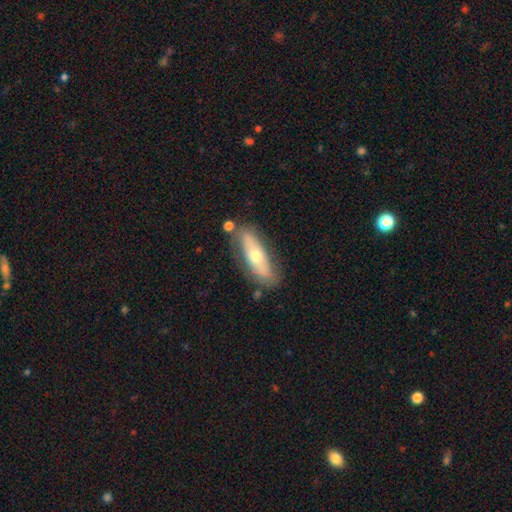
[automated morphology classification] smooth 48%, featured or disk 45%, star or artifact 6%. Down the decision tree: merging — none (75%).